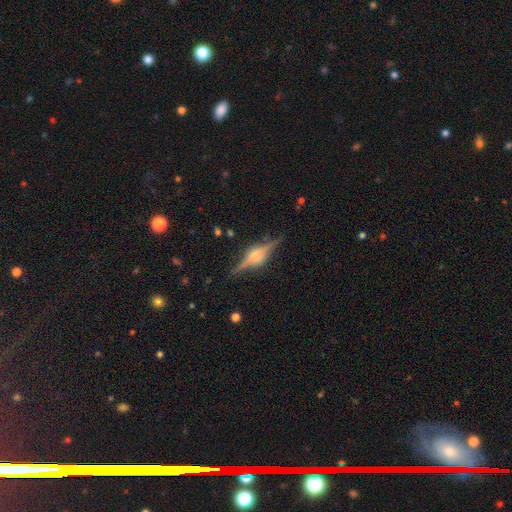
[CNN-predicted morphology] Smooth or featured? featured or disk (83%)
Edge-on disk? yes (97%)
Edge-on bulge? rounded (86%)
Merging? none (84%)